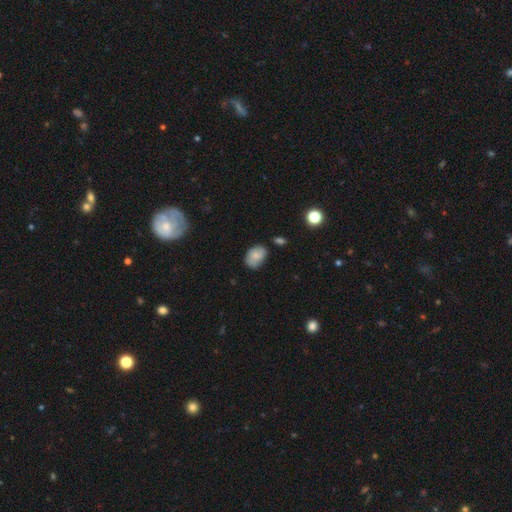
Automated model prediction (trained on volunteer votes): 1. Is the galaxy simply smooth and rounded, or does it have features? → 77% smooth, 14% featured or disk, 9% star or artifact.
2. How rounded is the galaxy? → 77% in between, 22% round, 1% cigar-shaped.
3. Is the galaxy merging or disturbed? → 55% none, 33% minor disturbance, 7% major disturbance, 5% merger.